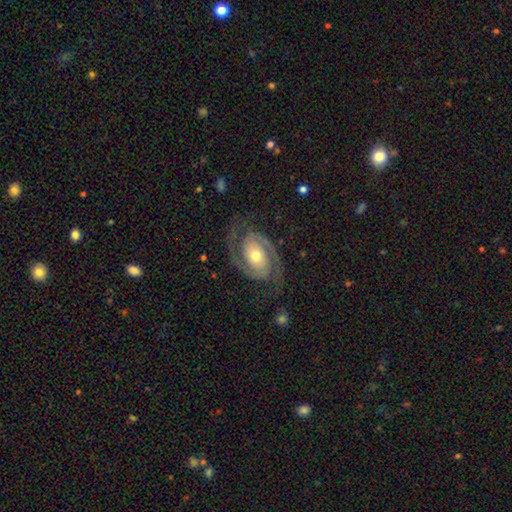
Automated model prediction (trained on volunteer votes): This is clearly a featured or disk galaxy (91%). It is clearly not viewed edge-on (97%). Bar: likely no (62%). Spiral arm pattern: clearly yes (98%). Spiral arm count: clearly 2 (93%). Spiral winding: possibly tight (46%). Central bulge: likely moderate (67%). Merging: likely none (80%).